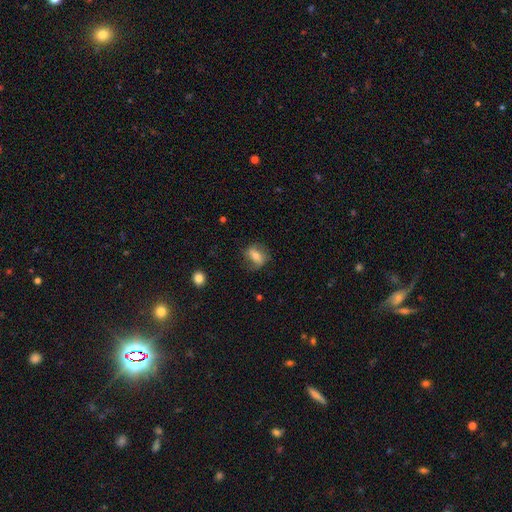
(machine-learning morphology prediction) This is possibly a smooth galaxy (58%). How rounded: likely in between (65%). Merging: likely none (66%).